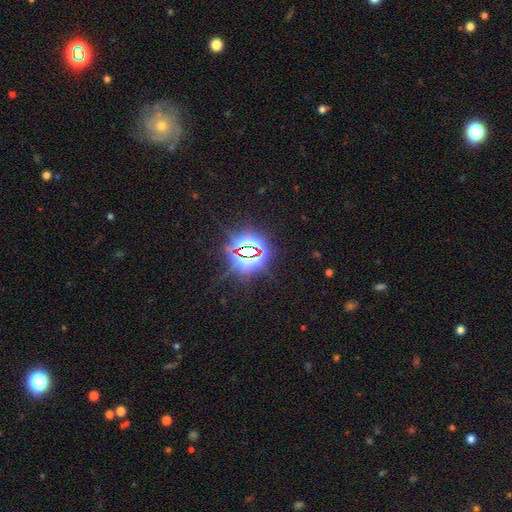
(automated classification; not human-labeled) smooth_or_featured: star or artifact (p=0.81) [alt: smooth p=0.11]